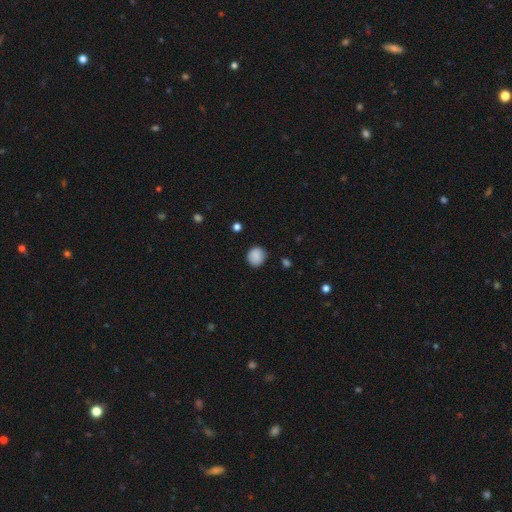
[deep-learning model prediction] smooth-or-featured: smooth: 88% | star or artifact: 9% | featured or disk: 3%
  how-rounded: round: 82% | in between: 17% | cigar-shaped: 1%
  merging: none: 85% | minor disturbance: 11% | major disturbance: 3% | merger: 1%